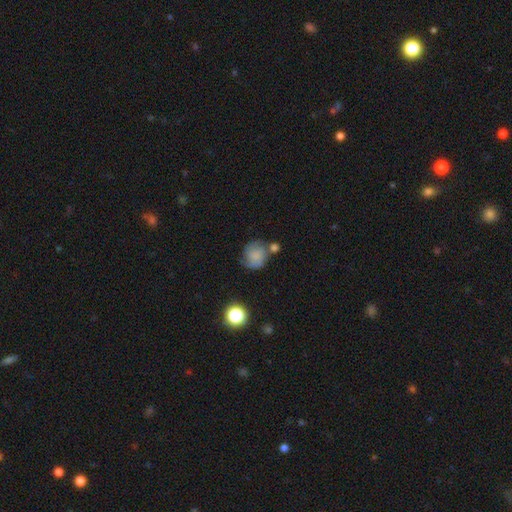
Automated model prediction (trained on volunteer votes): The model was most divided on "smooth or featured": smooth: 52%, featured or disk: 37%, star or artifact: 11%. Remaining: how rounded — round (79%); merging — none (50%).